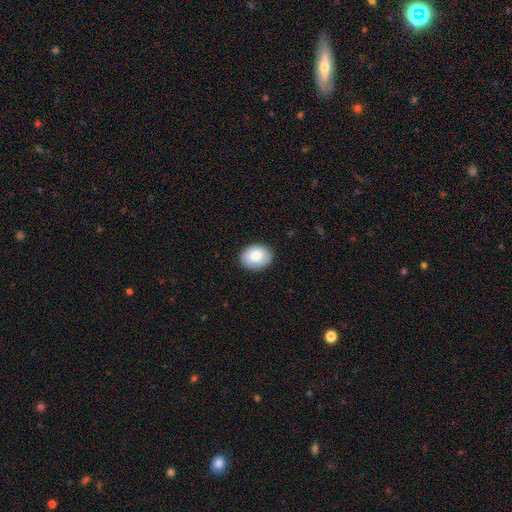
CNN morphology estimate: This appears to be a smooth galaxy with no disk features (82%) that is in between round and cigar-shaped (71%). Merging: none (87%).